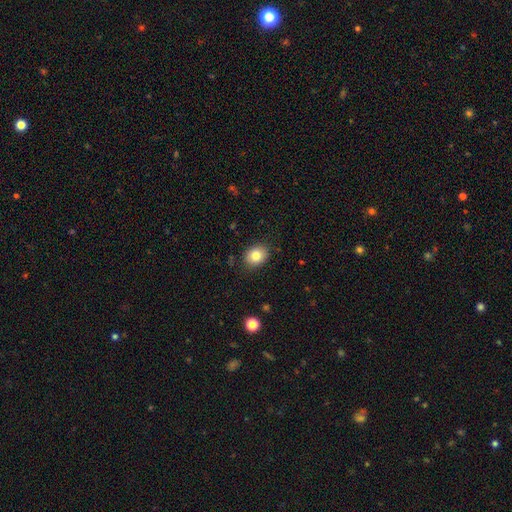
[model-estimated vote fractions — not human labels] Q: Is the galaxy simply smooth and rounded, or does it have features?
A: smooth — 81%.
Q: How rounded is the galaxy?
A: in between — 56%.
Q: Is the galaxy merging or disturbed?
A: none — 87%.